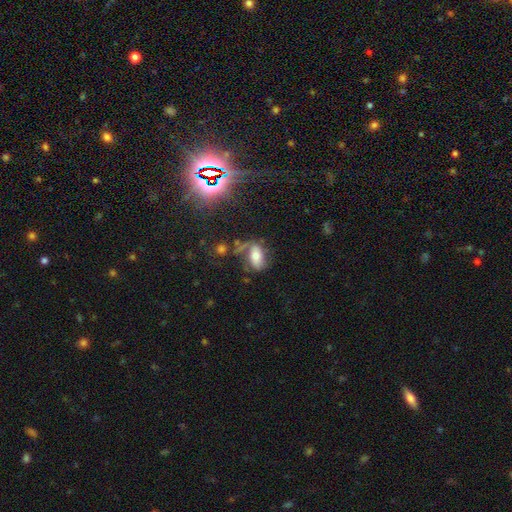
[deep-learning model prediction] This is possibly a smooth galaxy (53%). How rounded: clearly in between (88%). Merging: possibly none (45%).